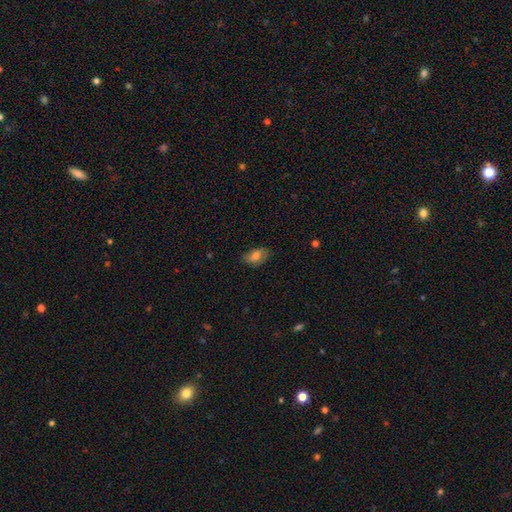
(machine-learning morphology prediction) A smooth galaxy with no disk features (75%) that is in between round and cigar-shaped (90%).

Vote fractions:
- Smooth or featured? smooth: 75% / featured or disk: 17% / star or artifact: 9%
- How rounded? in between: 90% / round: 8% / cigar-shaped: 2%
- Merging? none: 69% / minor disturbance: 24% / major disturbance: 6% / merger: 1%